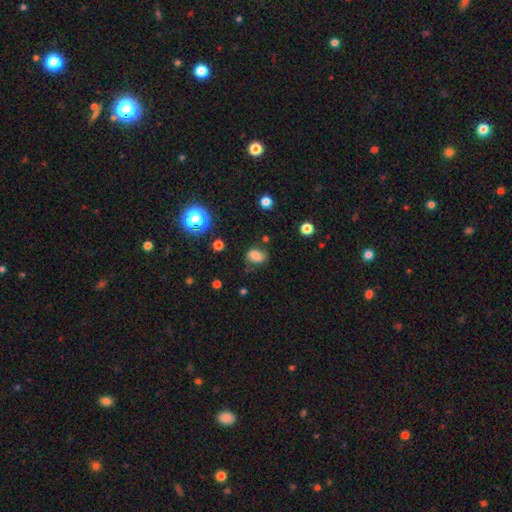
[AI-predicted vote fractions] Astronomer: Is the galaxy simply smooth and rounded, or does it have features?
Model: smooth — 73%.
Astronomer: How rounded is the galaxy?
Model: in between — 66%.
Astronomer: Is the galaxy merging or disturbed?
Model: none — 64%.